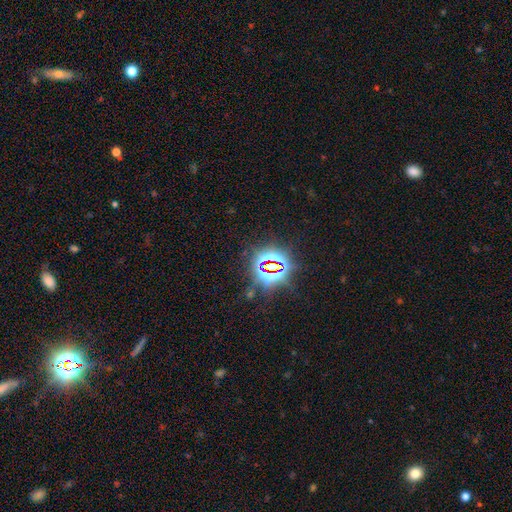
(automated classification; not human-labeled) Smooth or featured? star or artifact (81%)